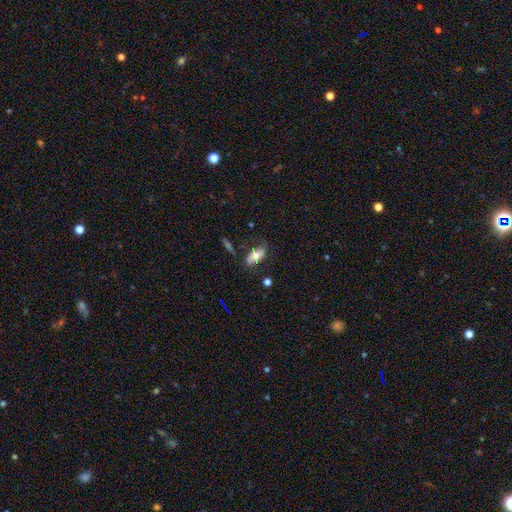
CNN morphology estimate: Smooth or featured? Predicted: smooth (p=0.56). How rounded? Predicted: in between (p=0.87). Merging? Predicted: none (p=0.64).